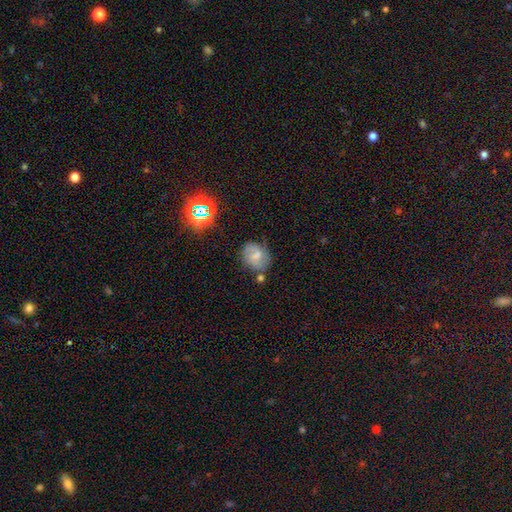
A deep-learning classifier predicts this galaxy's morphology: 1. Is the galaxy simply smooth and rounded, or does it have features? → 47% smooth, 40% featured or disk, 13% star or artifact.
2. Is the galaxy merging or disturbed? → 61% none, 23% minor disturbance, 9% merger, 8% major disturbance.